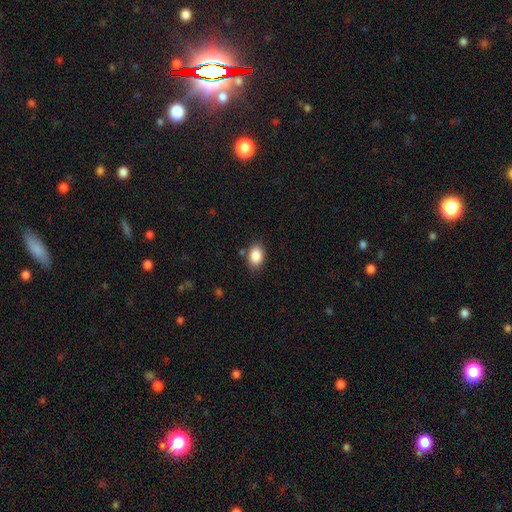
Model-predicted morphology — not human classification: This appears to be a smooth galaxy with no disk features (88%) that is in between round and cigar-shaped (82%). Merging: none (81%).